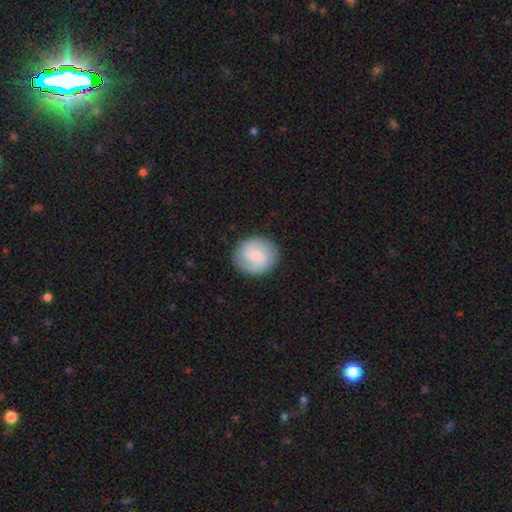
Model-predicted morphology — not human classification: The model was most divided on "smooth or featured": smooth: 51%, featured or disk: 42%, star or artifact: 6%. More confident: merging — none (86%); how rounded — round (86%).